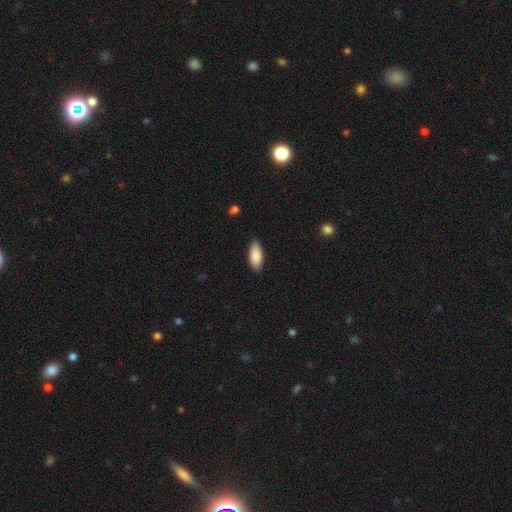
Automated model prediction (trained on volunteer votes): Overall: smooth (88%). How rounded: in between (87%). Merging: none (85%).